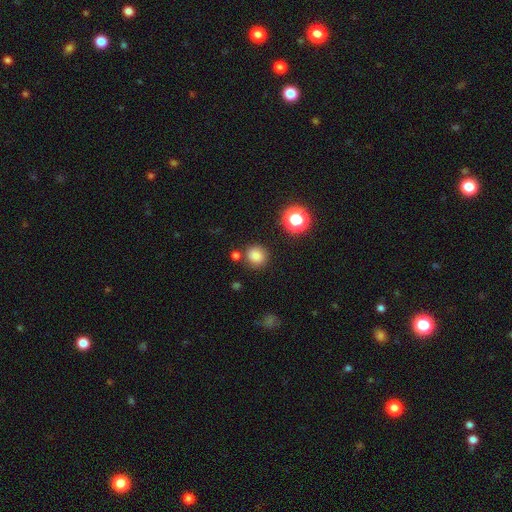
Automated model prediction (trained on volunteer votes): Smooth or featured: smooth — 81% (star or artifact — 14%)
How rounded: round — 89% (in between — 10%)
Merging: none — 82% (minor disturbance — 9%)